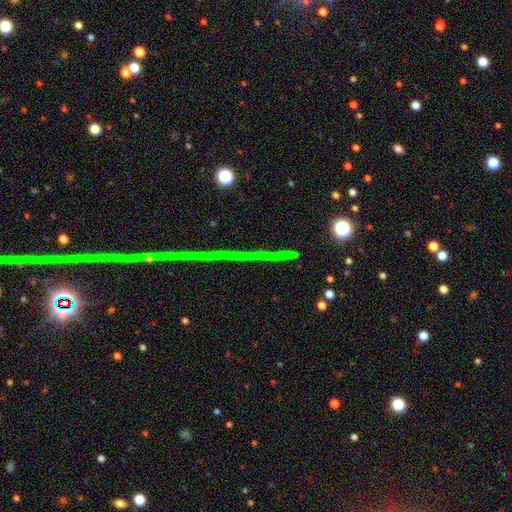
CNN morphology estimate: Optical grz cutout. It shows a star or artifact, not a galaxy (80%).